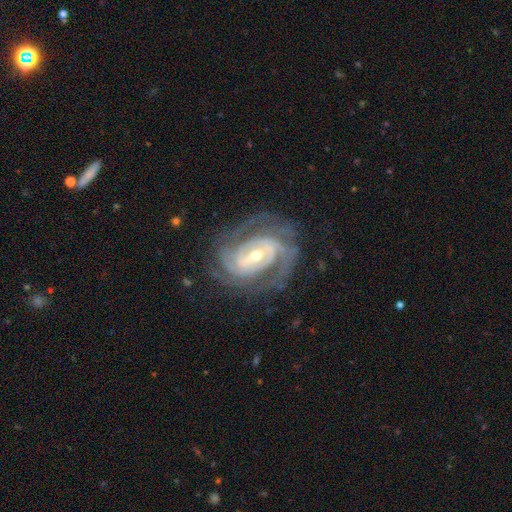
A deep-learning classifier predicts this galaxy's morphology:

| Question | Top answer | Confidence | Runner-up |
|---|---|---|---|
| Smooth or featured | featured or disk | 91% | star or artifact (5%) |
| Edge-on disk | no | 97% | yes (3%) |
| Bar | weak | 41% | strong (39%) |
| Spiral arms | yes | 97% | no (3%) |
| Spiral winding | tight | 63% | medium (31%) |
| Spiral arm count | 2 | 35% | 3 (27%) |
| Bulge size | small | 49% | moderate (46%) |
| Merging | none | 73% | minor disturbance (16%) |